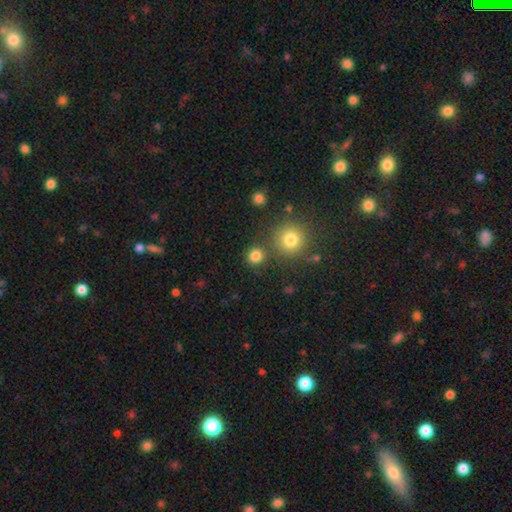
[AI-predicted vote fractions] smooth-or-featured: smooth: 81% | star or artifact: 14% | featured or disk: 5%
  how-rounded: round: 91% | in between: 8% | cigar-shaped: 1%
  merging: none: 80% | merger: 10% | minor disturbance: 7% | major disturbance: 3%